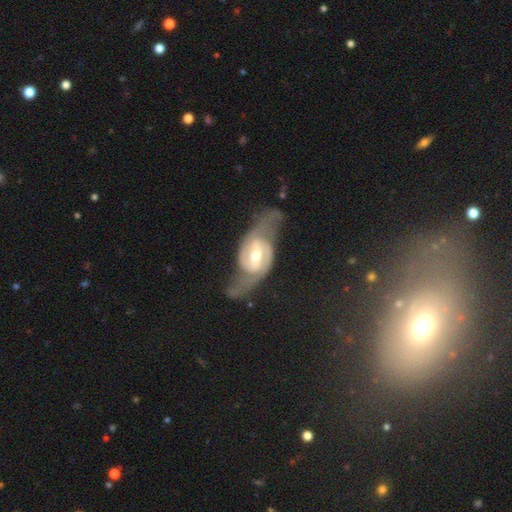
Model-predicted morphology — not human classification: smooth_or_featured: featured or disk (p=0.86) [alt: smooth p=0.09]
disk_edge_on: no (p=0.94) [alt: yes p=0.06]
bar: weak (p=0.48) [alt: strong p=0.31]
has_spiral_arms: yes (p=0.94) [alt: no p=0.06]
spiral_winding: loose (p=0.43) [alt: medium p=0.40]
spiral_arm_count: 2 (p=0.91) [alt: can't tell p=0.04]
bulge_size: moderate (p=0.65) [alt: small p=0.26]
merging: none (p=0.53) [alt: major disturbance p=0.24]